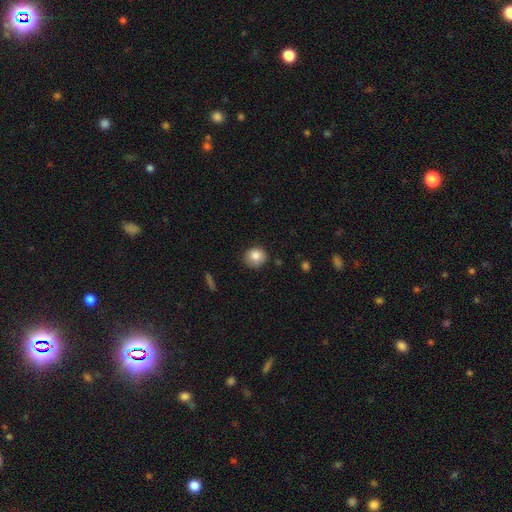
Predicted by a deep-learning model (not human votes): smooth 83%, star or artifact 9%, featured or disk 8%. Down the decision tree: how rounded — round (85%); merging — none (79%).